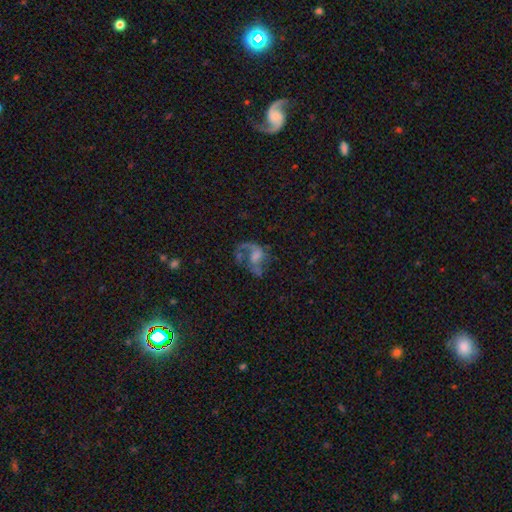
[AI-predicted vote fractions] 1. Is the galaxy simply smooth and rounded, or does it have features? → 66% featured or disk, 18% smooth, 15% star or artifact.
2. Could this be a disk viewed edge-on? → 97% no, 3% yes.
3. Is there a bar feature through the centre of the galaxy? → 62% no, 30% weak, 7% strong.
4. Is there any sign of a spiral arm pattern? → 74% yes, 26% no.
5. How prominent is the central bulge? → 31% moderate (tied), 31% none (tied), 26% small, 11% large, 2% dominant.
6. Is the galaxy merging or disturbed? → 39% none (tied), 39% major disturbance (tied), 16% minor disturbance, 6% merger.